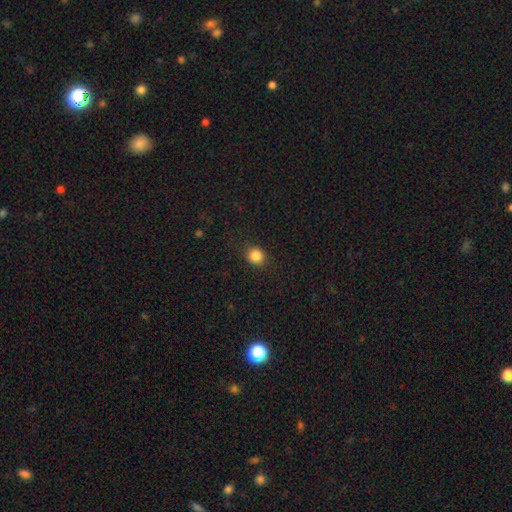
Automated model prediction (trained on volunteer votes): smooth 85%, star or artifact 11%, featured or disk 4%. Down the decision tree: how rounded — round (81%); merging — none (88%).